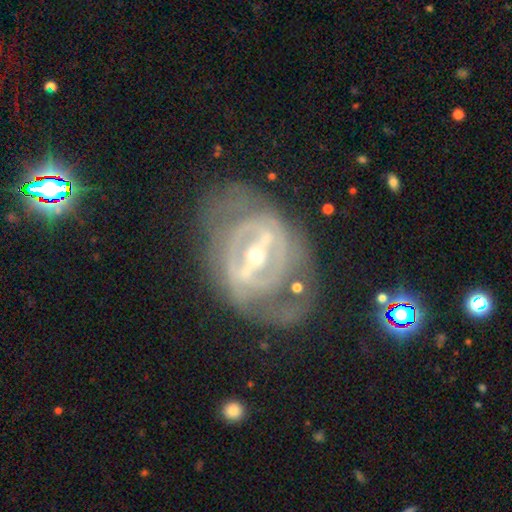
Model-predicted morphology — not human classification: This appears to be a featured or disk galaxy (86%) with a strong bar (71%), 2 (40%) tight (56%) spiral arms (69%) and a small central bulge (60%). Merging: none (58%).